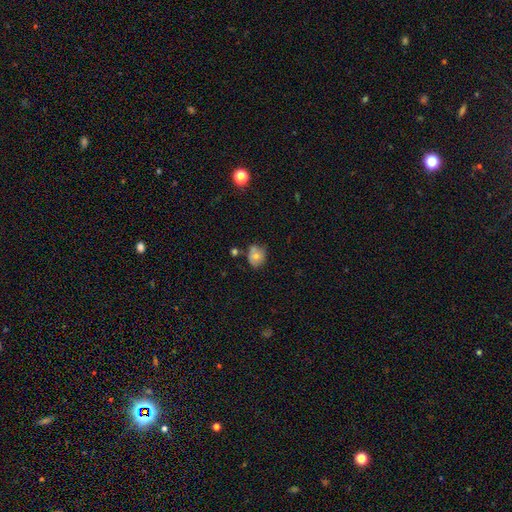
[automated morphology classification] A smooth galaxy with no disk features (68%) that is round (62%).

Vote fractions:
- Smooth or featured? smooth: 68% / featured or disk: 22% / star or artifact: 11%
- How rounded? round: 62% / in between: 37% / cigar-shaped: 1%
- Merging? none: 58% / minor disturbance: 25% / merger: 11% / major disturbance: 6%